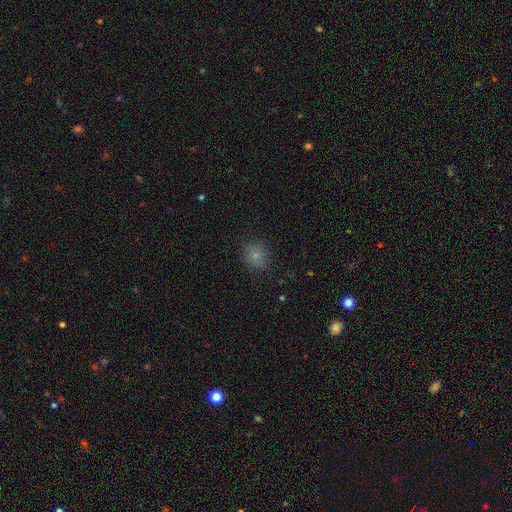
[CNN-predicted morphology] smooth_or_featured: smooth (p=0.77) [alt: star or artifact p=0.15]
how_rounded: round (p=0.78) [alt: in between p=0.21]
merging: none (p=0.86) [alt: minor disturbance p=0.10]